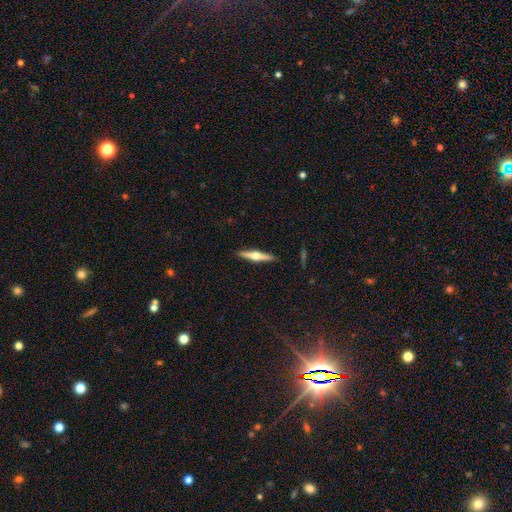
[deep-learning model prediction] smooth_or_featured: featured or disk (p=0.66) [alt: smooth p=0.28]
disk_edge_on: yes (p=0.98) [alt: no p=0.02]
edge_on_bulge: rounded (p=0.94) [alt: boxy p=0.04]
merging: none (p=0.91) [alt: minor disturbance p=0.07]